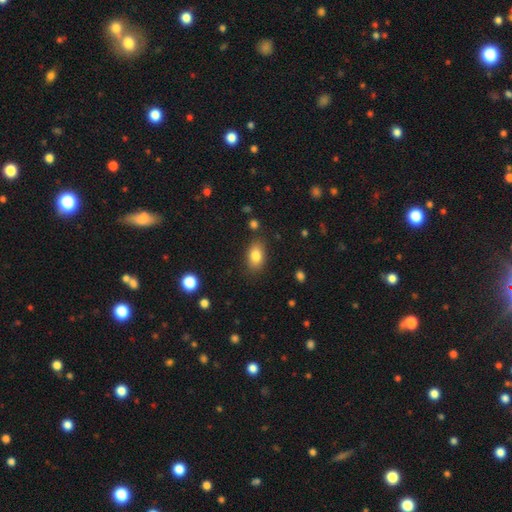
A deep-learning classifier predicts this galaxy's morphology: Smooth or featured: smooth — 83% (featured or disk — 9%)
How rounded: in between — 87% (round — 11%)
Merging: none — 83% (minor disturbance — 12%)